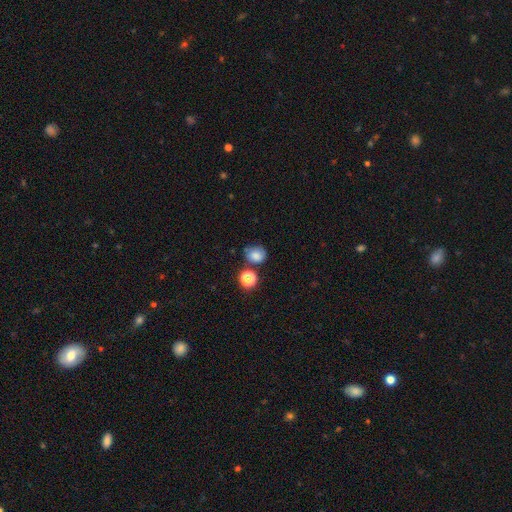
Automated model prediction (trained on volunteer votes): This is likely a smooth galaxy (76%). How rounded: likely round (71%). Merging: possibly none (60%).